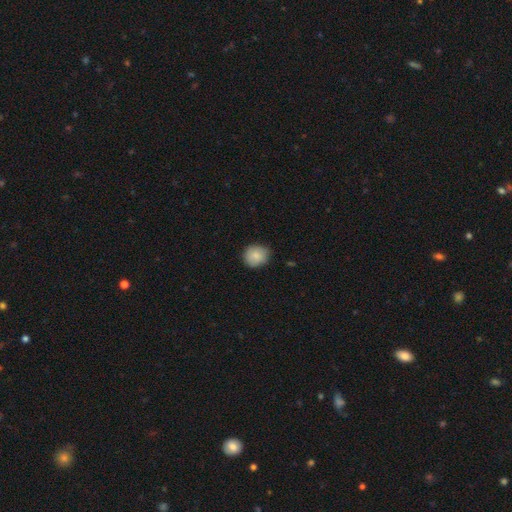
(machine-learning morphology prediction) This appears to be a smooth galaxy with no disk features (85%) that is round (81%). Merging: none (81%).